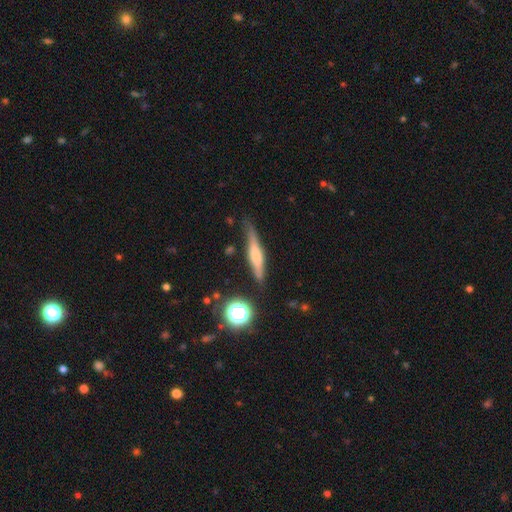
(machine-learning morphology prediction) Smooth or featured?
  - featured or disk: 54% *
  - smooth: 37%
  - star or artifact: 9%
Edge-on disk?
  - yes: 95% *
  - no: 5%
Edge-on bulge?
  - rounded: 62% *
  - boxy: 25%
  - none: 13%
Merging?
  - none: 79% *
  - minor disturbance: 15%
  - major disturbance: 4%
  - merger: 2%